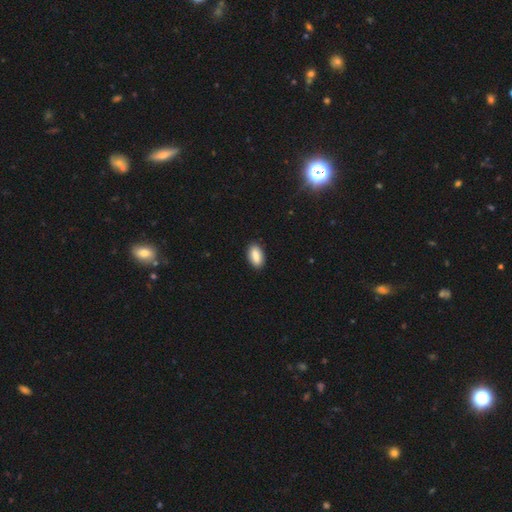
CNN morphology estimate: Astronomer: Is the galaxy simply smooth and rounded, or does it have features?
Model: smooth — 88%.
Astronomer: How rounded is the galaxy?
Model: in between — 92%.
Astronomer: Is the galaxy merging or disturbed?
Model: none — 89%.